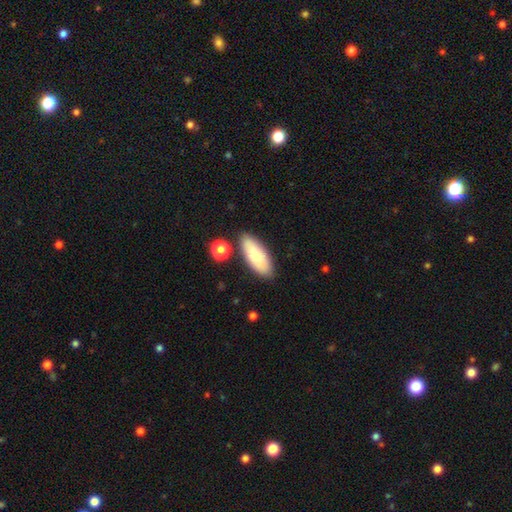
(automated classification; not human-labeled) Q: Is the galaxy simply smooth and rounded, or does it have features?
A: smooth — 82%.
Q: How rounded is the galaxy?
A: in between — 75%.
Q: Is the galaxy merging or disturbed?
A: none — 80%.